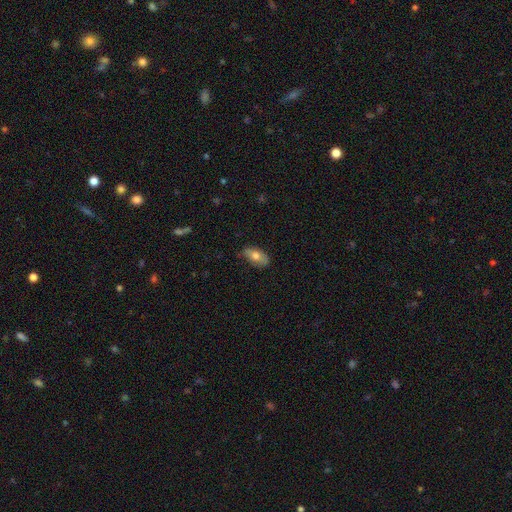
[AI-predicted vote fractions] Morphology: type=smooth (68%); roundness=in between (89%); merging=none (79%).